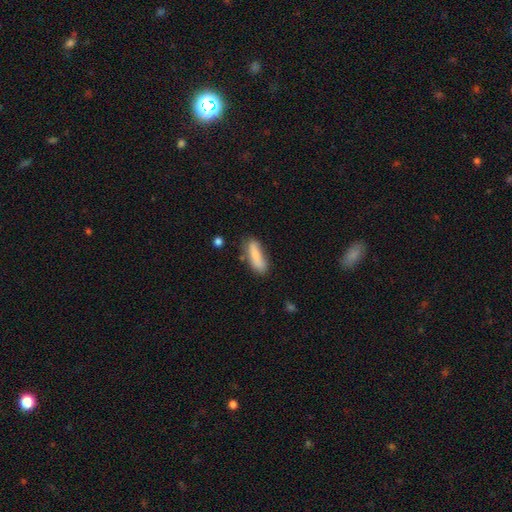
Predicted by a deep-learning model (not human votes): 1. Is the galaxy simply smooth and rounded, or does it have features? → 80% smooth, 13% featured or disk, 7% star or artifact.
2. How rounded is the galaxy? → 53% cigar-shaped, 45% in between, 2% round.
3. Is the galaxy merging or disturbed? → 65% none, 23% minor disturbance, 6% major disturbance, 6% merger.